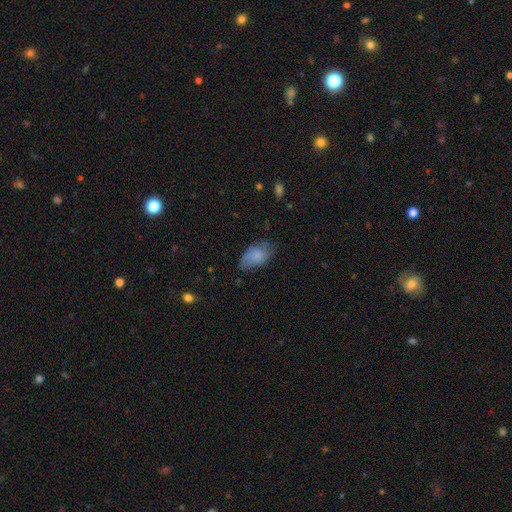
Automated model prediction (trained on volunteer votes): A smooth galaxy with no disk features (77%) that is in between round and cigar-shaped (93%). Merging: none (57%).